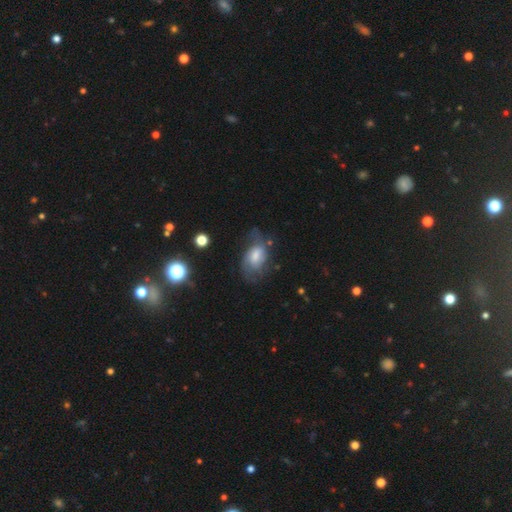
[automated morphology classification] Smooth or featured? smooth (48%)
Merging? none (40%)